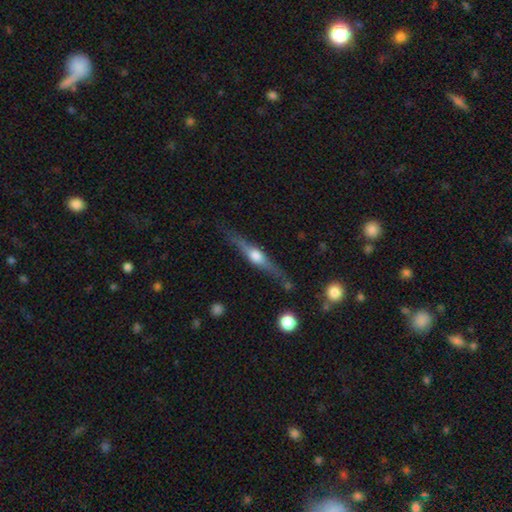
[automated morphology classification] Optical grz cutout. It shows a featured or disk galaxy (74%) viewed edge-on (97%) with a rounded central bulge (91%). Merging: none (81%).